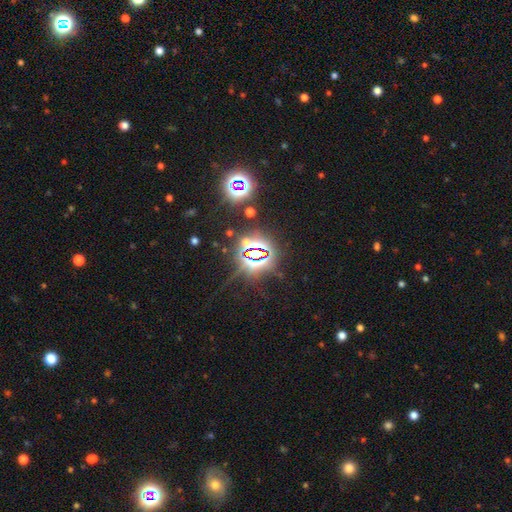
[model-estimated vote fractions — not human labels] This is clearly a star or artifact rather than a galaxy (80%).